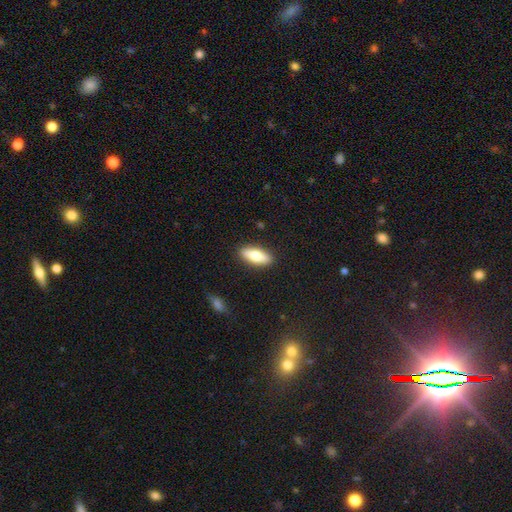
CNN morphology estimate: Smooth or featured?
  - smooth: 73% *
  - featured or disk: 21%
  - star or artifact: 6%
How rounded?
  - in between: 69% *
  - cigar-shaped: 29%
  - round: 2%
Merging?
  - none: 89% *
  - minor disturbance: 8%
  - major disturbance: 2%
  - merger: 1%